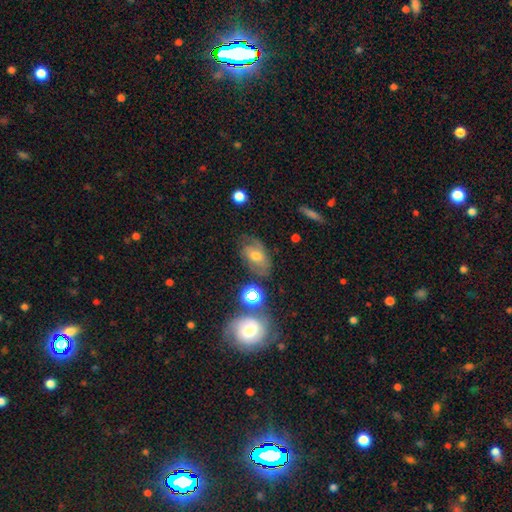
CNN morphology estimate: This is possibly a featured or disk galaxy (49%). Merging: possibly none (57%).